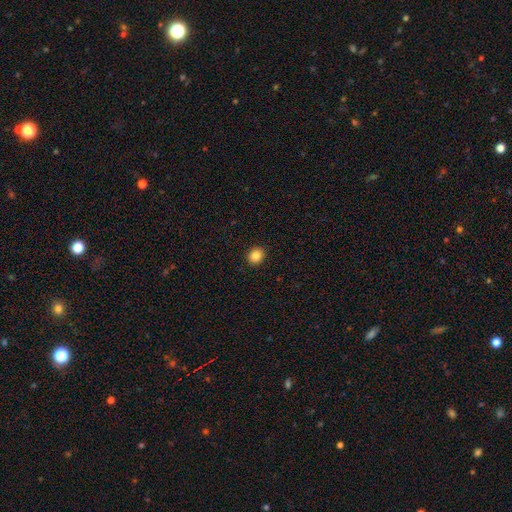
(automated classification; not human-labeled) This is clearly a smooth galaxy (86%). How rounded: likely round (67%). Merging: clearly none (92%).